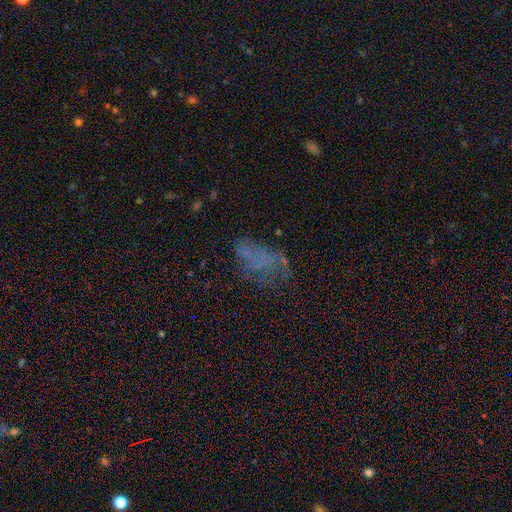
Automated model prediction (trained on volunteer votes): smooth_or_featured: featured or disk (p=0.38) [alt: smooth p=0.36]
merging: none (p=0.41) [alt: major disturbance p=0.33]